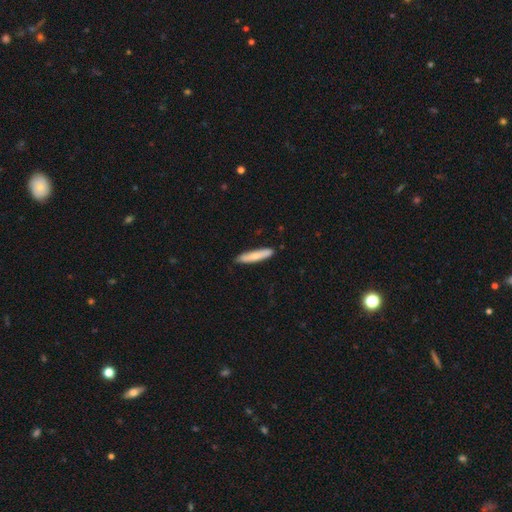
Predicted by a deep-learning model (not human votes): Smooth or featured? smooth (75%)
How rounded? cigar-shaped (87%)
Merging? none (87%)